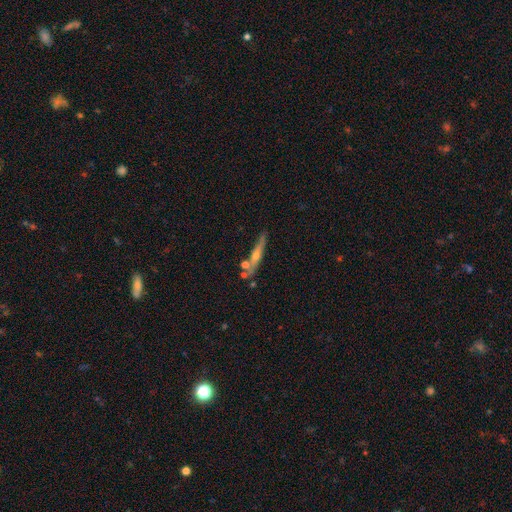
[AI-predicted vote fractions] smooth_or_featured: featured or disk (p=0.58) [alt: smooth p=0.34]
disk_edge_on: yes (p=0.89) [alt: no p=0.11]
edge_on_bulge: rounded (p=0.74) [alt: none p=0.21]
merging: none (p=0.72) [alt: minor disturbance p=0.14]